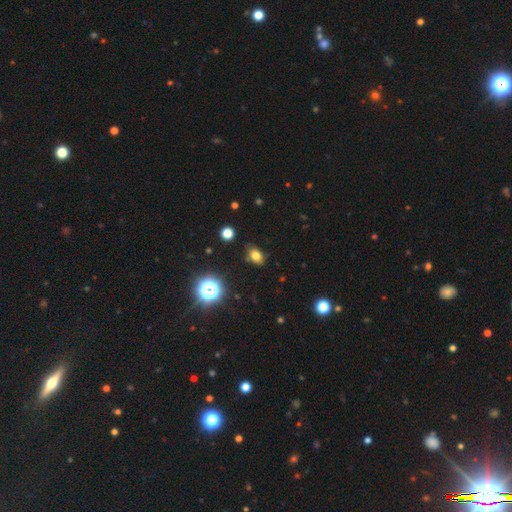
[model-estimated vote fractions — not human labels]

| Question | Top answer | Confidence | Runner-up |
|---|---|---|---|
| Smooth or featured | smooth | 74% | star or artifact (17%) |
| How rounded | in between | 76% | round (23%) |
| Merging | none | 80% | minor disturbance (15%) |